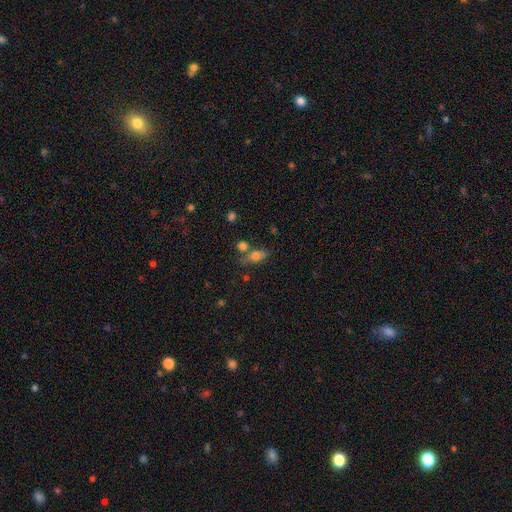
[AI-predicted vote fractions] Smooth or featured?
  - smooth: 65% *
  - featured or disk: 23%
  - star or artifact: 11%
How rounded?
  - in between: 69% *
  - cigar-shaped: 18%
  - round: 13%
Merging?
  - none: 55% *
  - merger: 22%
  - minor disturbance: 16%
  - major disturbance: 7%